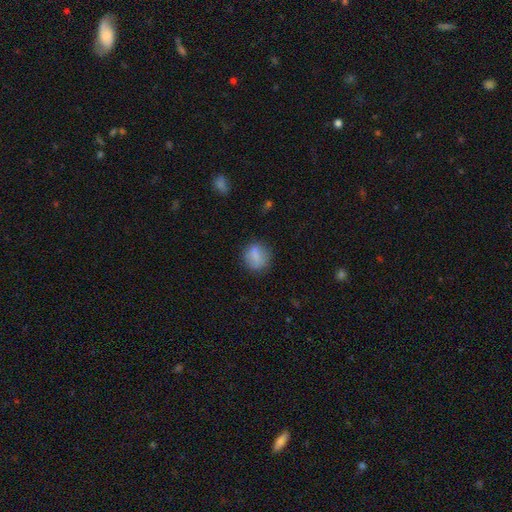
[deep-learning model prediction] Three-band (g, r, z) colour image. It shows a smooth galaxy with no disk features (77%) that is round (65%). Merging: none (77%).